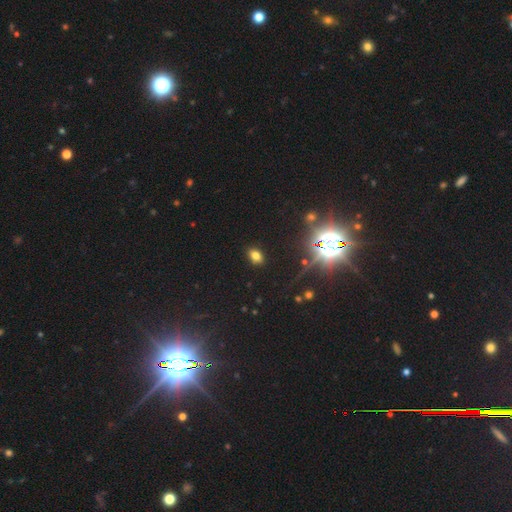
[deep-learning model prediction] The model was most divided on "smooth or featured": smooth: 72%, star or artifact: 21%, featured or disk: 7%. More confident: merging — none (88%); how rounded — in between (77%).